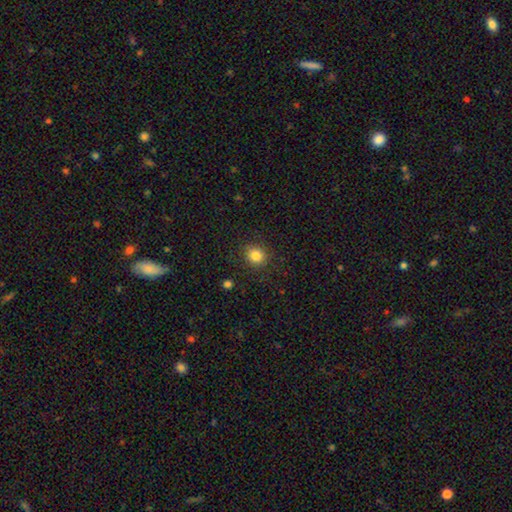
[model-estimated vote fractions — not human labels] This is clearly a smooth galaxy (83%). How rounded: clearly round (84%). Merging: clearly none (88%).